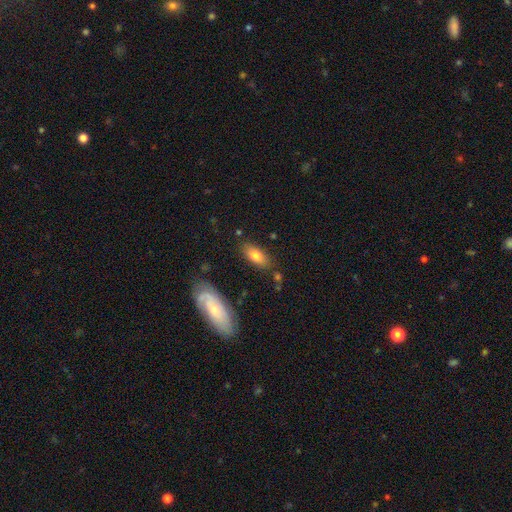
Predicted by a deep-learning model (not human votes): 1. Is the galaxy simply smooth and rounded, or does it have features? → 75% smooth, 18% featured or disk, 7% star or artifact.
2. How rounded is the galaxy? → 84% in between, 13% cigar-shaped, 3% round.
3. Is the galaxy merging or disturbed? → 79% none, 13% minor disturbance, 4% merger, 3% major disturbance.